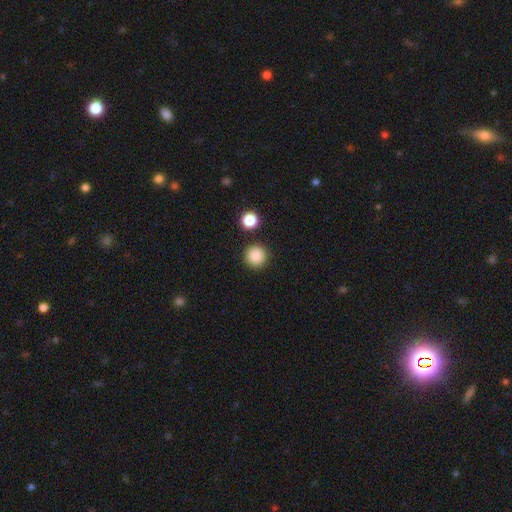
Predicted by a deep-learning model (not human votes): A smooth galaxy with no disk features (87%) that is round (95%). Merging: none (89%).